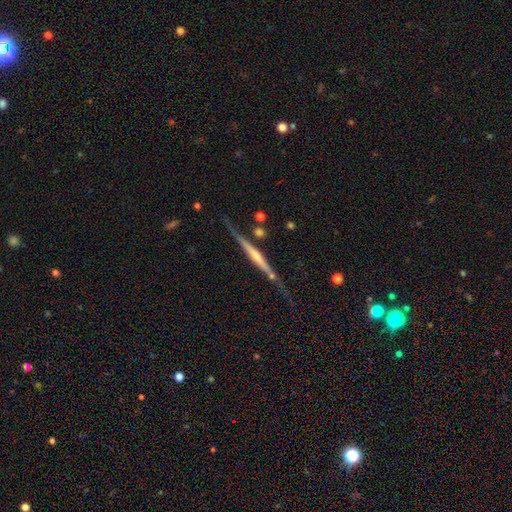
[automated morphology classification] Smooth or featured? Predicted: featured or disk (p=0.84). Edge-on disk? Predicted: yes (p=0.97). Edge-on bulge? Predicted: rounded (p=0.64). Merging? Predicted: none (p=0.75).